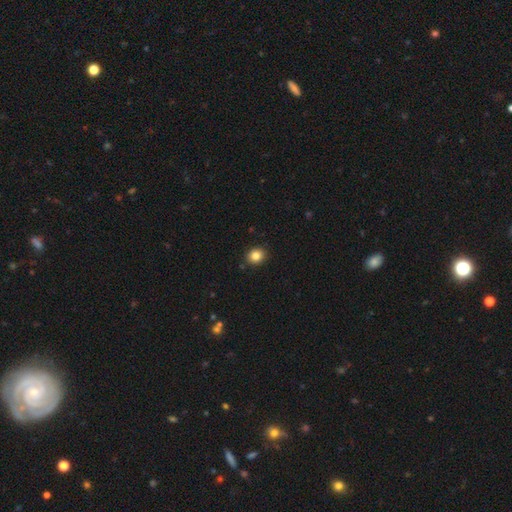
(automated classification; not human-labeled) smooth 84%, star or artifact 10%, featured or disk 5%. Down the decision tree: how rounded — round (72%); merging — none (90%).